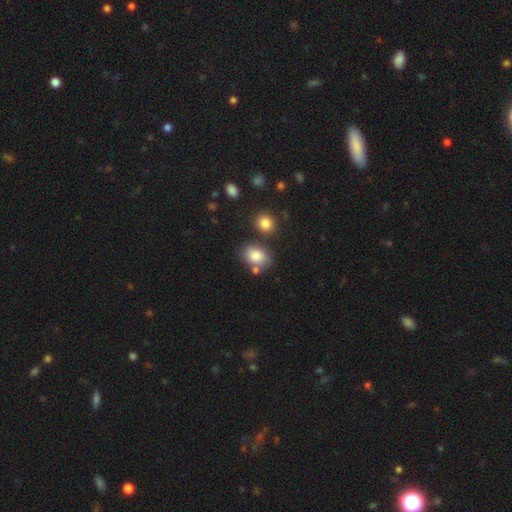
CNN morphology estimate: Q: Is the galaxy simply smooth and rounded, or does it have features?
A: smooth — 83%.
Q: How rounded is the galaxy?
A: in between — 71%.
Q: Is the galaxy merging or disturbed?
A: none — 67%.